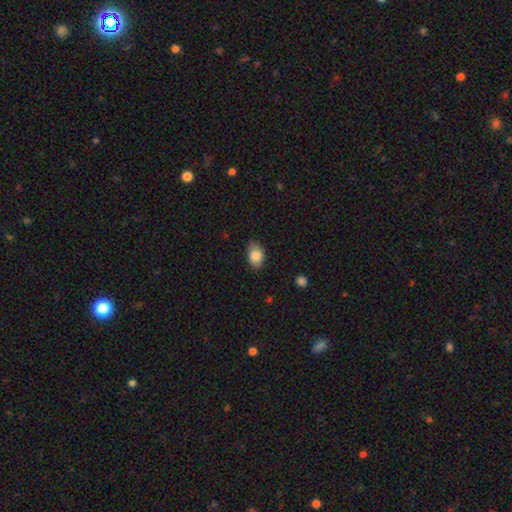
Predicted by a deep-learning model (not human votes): Smooth or featured: smooth — 84% (featured or disk — 8%)
How rounded: in between — 81% (round — 18%)
Merging: none — 80% (minor disturbance — 16%)